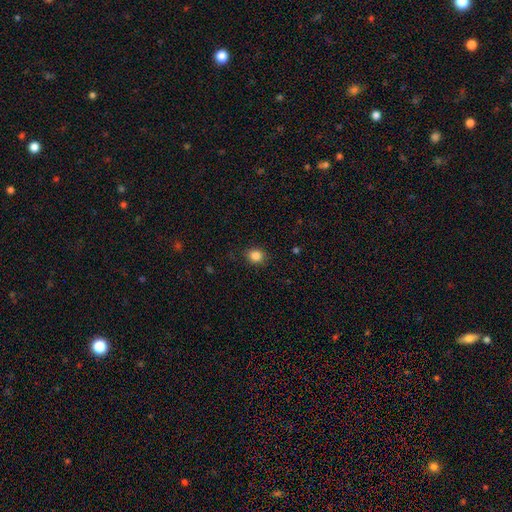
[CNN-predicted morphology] smooth 85%, star or artifact 11%, featured or disk 4%. Down the decision tree: how rounded — round (73%); merging — none (88%).